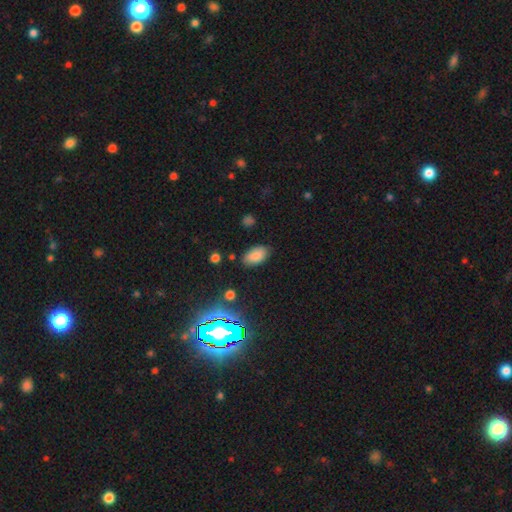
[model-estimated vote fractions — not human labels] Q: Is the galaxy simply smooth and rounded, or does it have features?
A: smooth — 83%.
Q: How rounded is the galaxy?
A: in between — 93%.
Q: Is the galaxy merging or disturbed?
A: none — 82%.